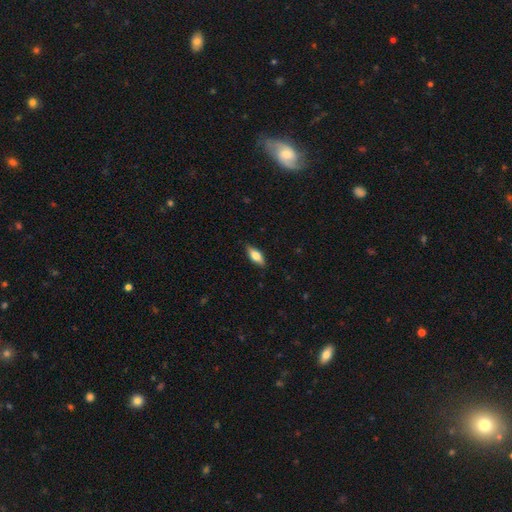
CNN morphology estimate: smooth_or_featured: smooth (p=0.67) [alt: featured or disk p=0.26]
how_rounded: in between (p=0.73) [alt: cigar-shaped p=0.24]
merging: none (p=0.86) [alt: minor disturbance p=0.11]